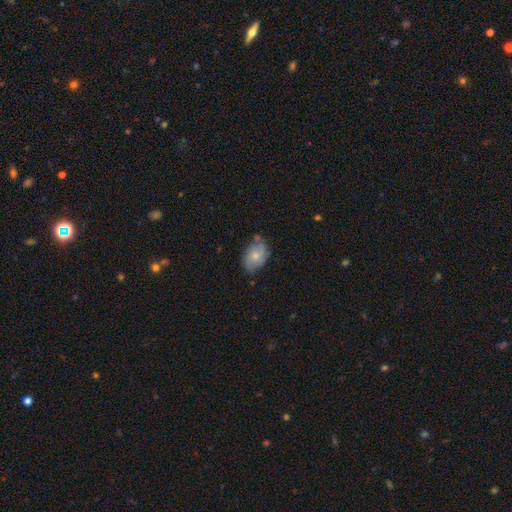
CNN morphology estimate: The model was most divided on "merging": none: 61%, minor disturbance: 28%, major disturbance: 6%, merger: 4%. More confident: how rounded — in between (85%); smooth or featured — smooth (66%).